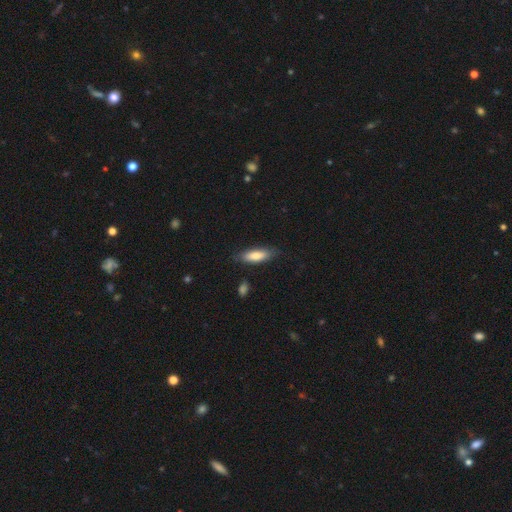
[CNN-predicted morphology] Overall: smooth (78%). How rounded: in between (55%; cigar-shaped 44%). Merging: none (81%).